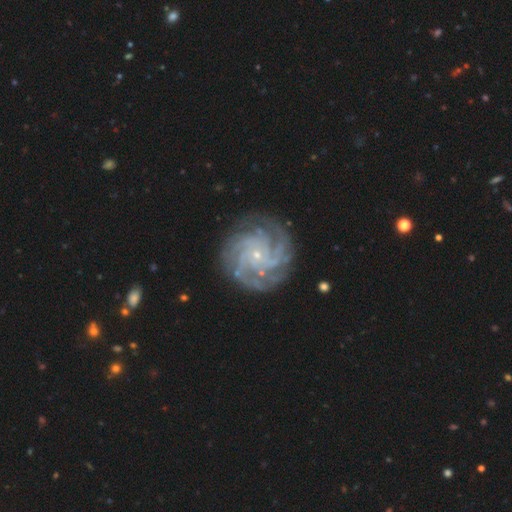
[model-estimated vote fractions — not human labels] A featured or disk galaxy (87%) with no bar (72%), 4 (29%) tight (74%) spiral arms (98%) and a small central bulge (85%). Merging: none (83%).